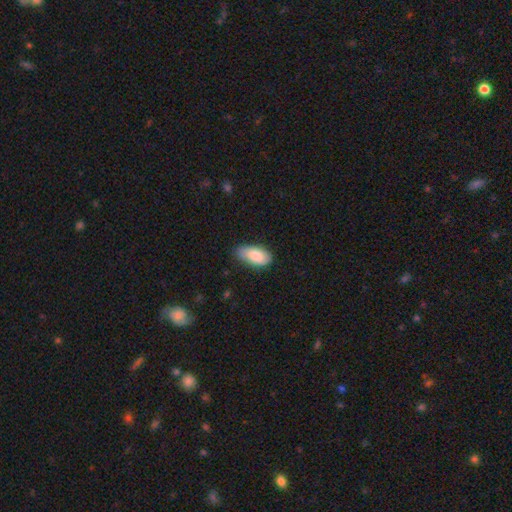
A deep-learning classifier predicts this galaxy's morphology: Q: Smooth or featured?
A: smooth (83%); runner-up: featured or disk (10%)
Q: How rounded?
A: in between (92%); runner-up: cigar-shaped (6%)
Q: Merging?
A: none (69%); runner-up: minor disturbance (26%)